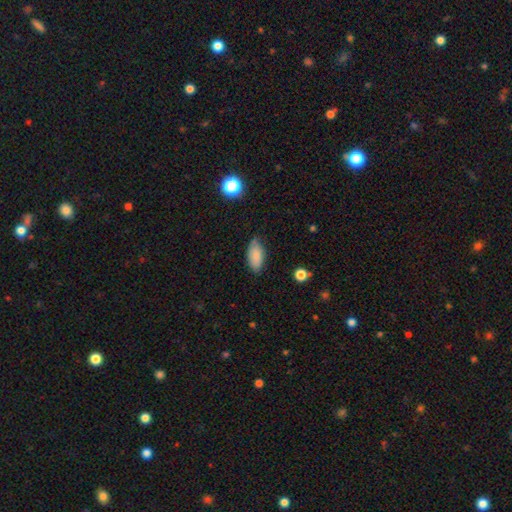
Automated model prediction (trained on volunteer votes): Smooth or featured?
  - smooth: 85% *
  - featured or disk: 8%
  - star or artifact: 7%
How rounded?
  - in between: 91% *
  - cigar-shaped: 6%
  - round: 2%
Merging?
  - none: 74% *
  - minor disturbance: 21%
  - major disturbance: 3%
  - merger: 2%